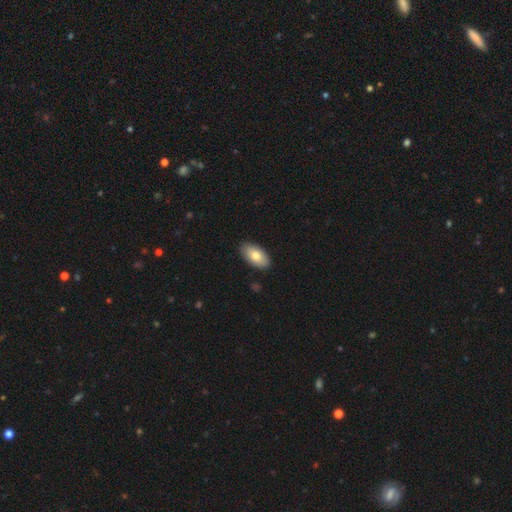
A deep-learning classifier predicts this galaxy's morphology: smooth 78%, featured or disk 17%, star or artifact 6%. Down the decision tree: how rounded — in between (95%); merging — none (89%).